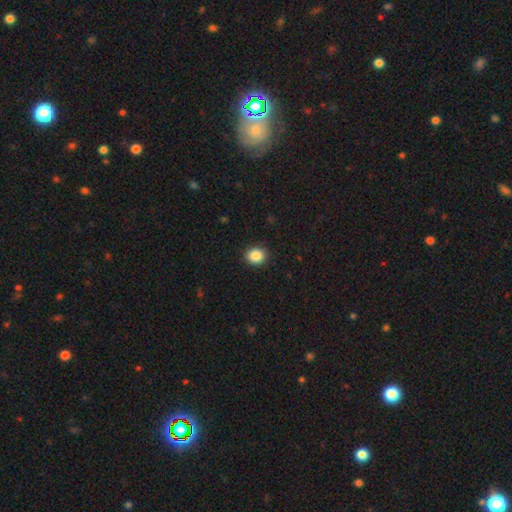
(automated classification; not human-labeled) This appears to be a smooth galaxy with no disk features (87%) that is round (73%). Merging: none (91%).